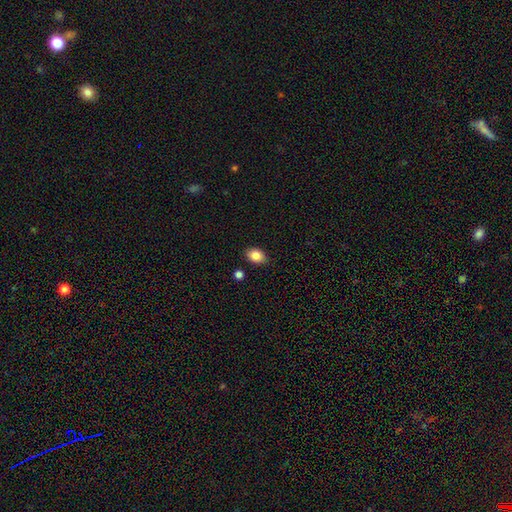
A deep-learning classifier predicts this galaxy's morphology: type=smooth (86%); roundness=in between (78%); merging=none (85%).